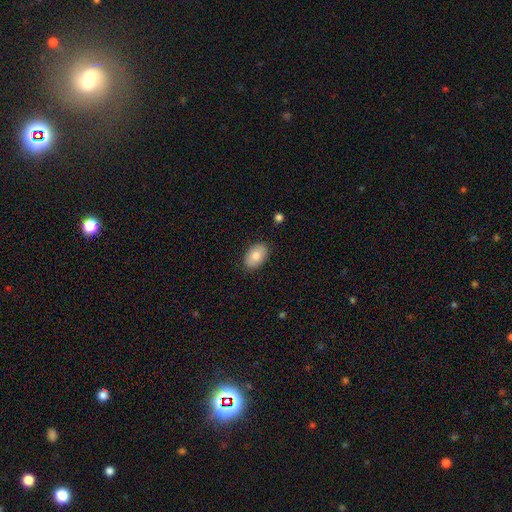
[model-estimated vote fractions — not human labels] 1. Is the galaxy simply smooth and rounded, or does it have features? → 79% smooth, 14% featured or disk, 7% star or artifact.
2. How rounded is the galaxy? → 89% in between, 10% round, 1% cigar-shaped.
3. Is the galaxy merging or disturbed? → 87% none, 10% minor disturbance, 2% major disturbance, 1% merger.